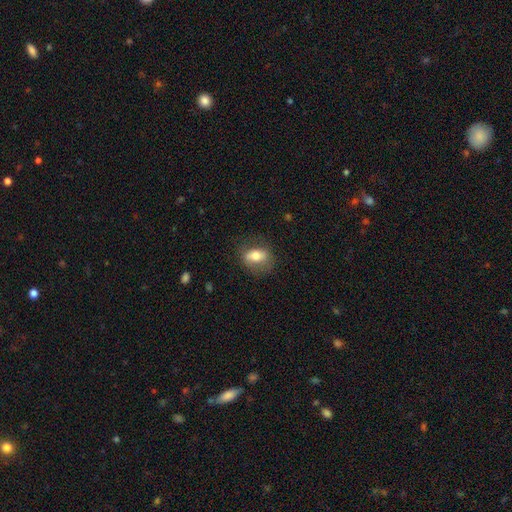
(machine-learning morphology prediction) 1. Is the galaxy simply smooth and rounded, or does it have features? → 64% smooth, 28% featured or disk, 8% star or artifact.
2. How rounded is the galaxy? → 74% in between, 21% round, 5% cigar-shaped.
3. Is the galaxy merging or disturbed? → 71% none, 19% minor disturbance, 9% major disturbance, 1% merger.